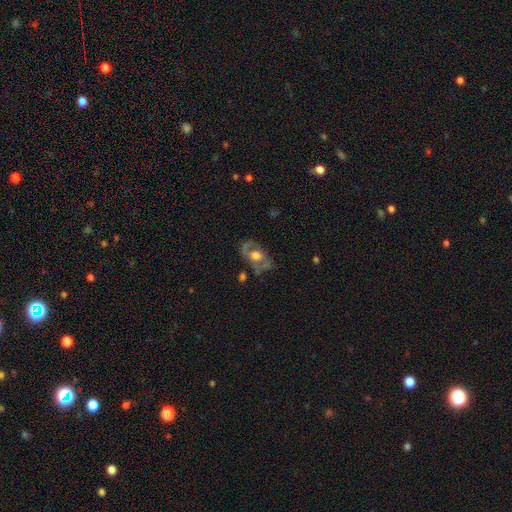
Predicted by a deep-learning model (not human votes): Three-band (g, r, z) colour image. It shows a featured or disk galaxy (67%) with no bar (74%), no spiral arms (54%) and a large central bulge (46%). Merging: none (61%).